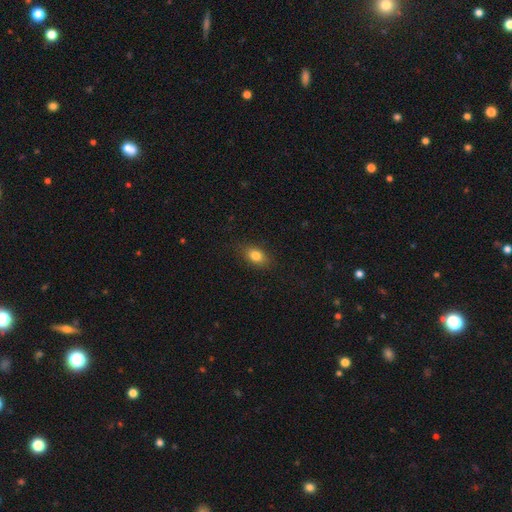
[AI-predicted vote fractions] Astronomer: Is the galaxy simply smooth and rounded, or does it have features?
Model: smooth — 82%.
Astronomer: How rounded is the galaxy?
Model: in between — 79%.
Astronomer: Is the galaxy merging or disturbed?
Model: none — 85%.